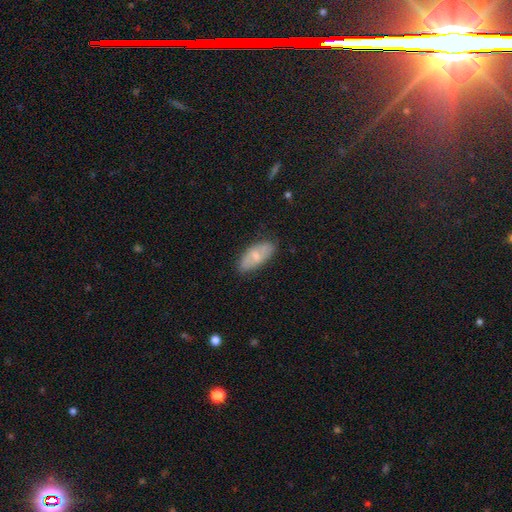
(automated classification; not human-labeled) smooth-or-featured: smooth: 67% | featured or disk: 27% | star or artifact: 6%
  how-rounded: in between: 87% | cigar-shaped: 11% | round: 2%
  merging: none: 75% | minor disturbance: 19% | major disturbance: 4% | merger: 2%